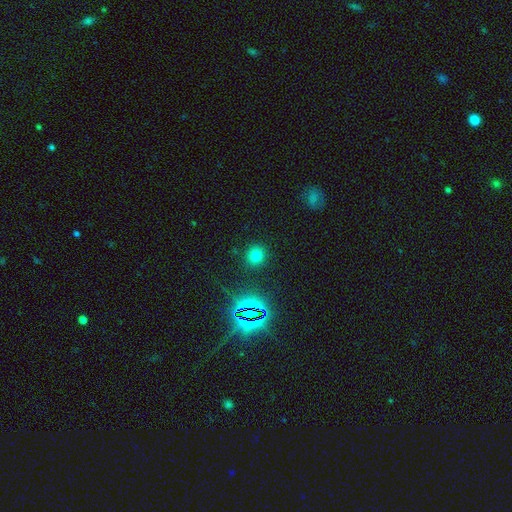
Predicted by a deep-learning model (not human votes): The model was most divided on "smooth or featured": smooth: 71%, star or artifact: 23%, featured or disk: 7%. More confident: how rounded — round (90%); merging — none (89%).